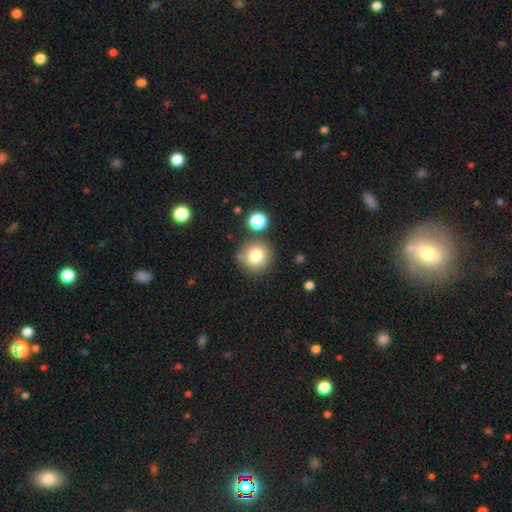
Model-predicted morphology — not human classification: A smooth galaxy with no disk features (78%) that is round (92%). Merging: none (77%).